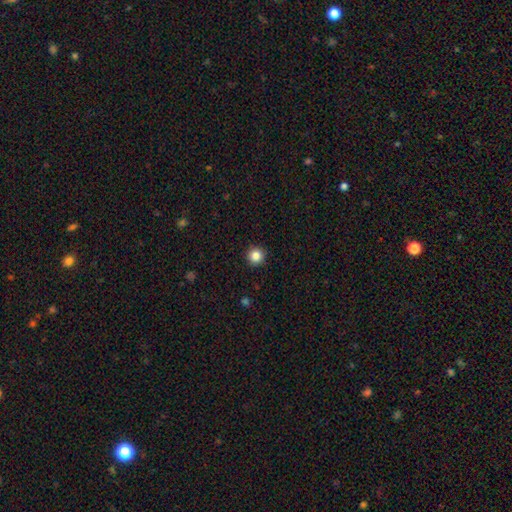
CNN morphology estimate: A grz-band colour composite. It shows a smooth galaxy with no disk features (84%) that is round (95%). Merging: none (93%).